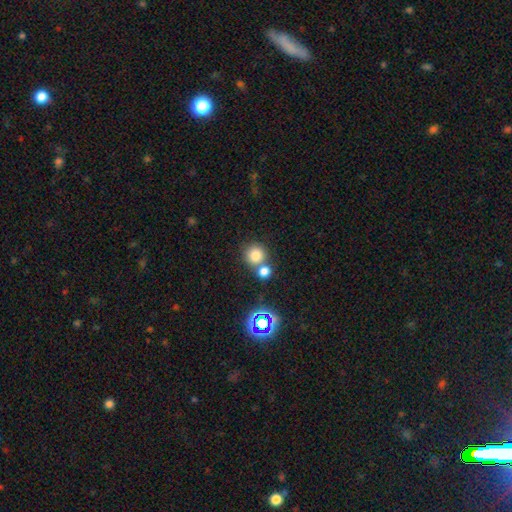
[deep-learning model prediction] Overall: smooth (78%). How rounded: round (90%). Merging: none (57%; merger 32%).